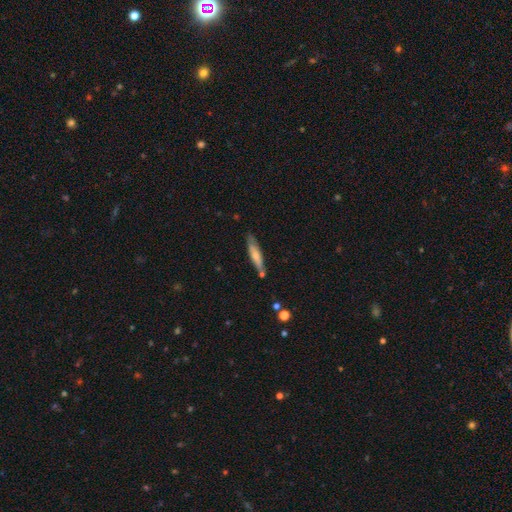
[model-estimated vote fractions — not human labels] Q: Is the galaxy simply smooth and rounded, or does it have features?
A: smooth — 56%.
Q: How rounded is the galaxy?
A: cigar-shaped — 81%.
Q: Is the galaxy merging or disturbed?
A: none — 72%.